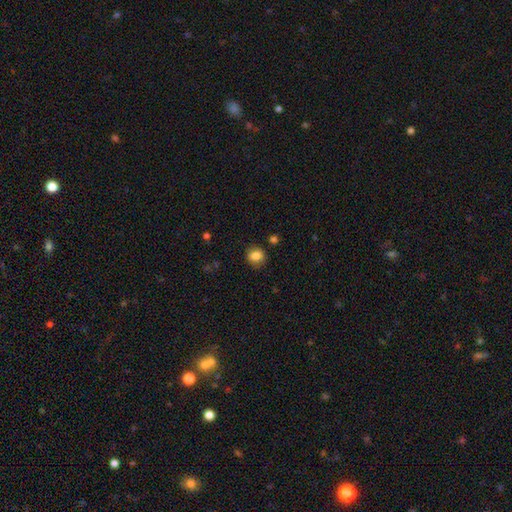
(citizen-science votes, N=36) Overall: smooth (92%). How rounded: round (85%). Merging: none (83%).